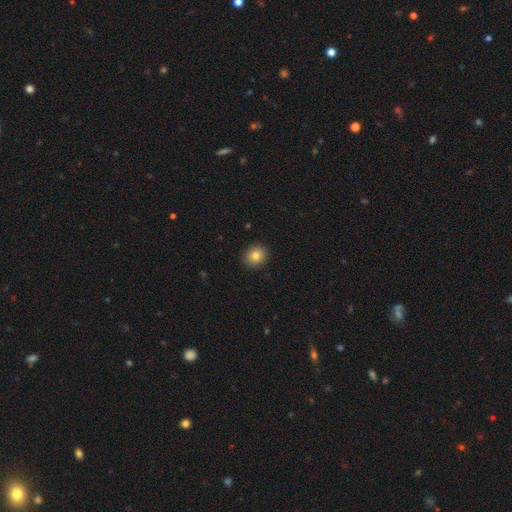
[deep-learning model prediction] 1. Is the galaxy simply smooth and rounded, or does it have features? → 82% smooth, 11% star or artifact, 8% featured or disk.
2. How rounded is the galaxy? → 86% round, 13% in between, 1% cigar-shaped.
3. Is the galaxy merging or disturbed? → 92% none, 6% minor disturbance, 2% major disturbance, 1% merger.